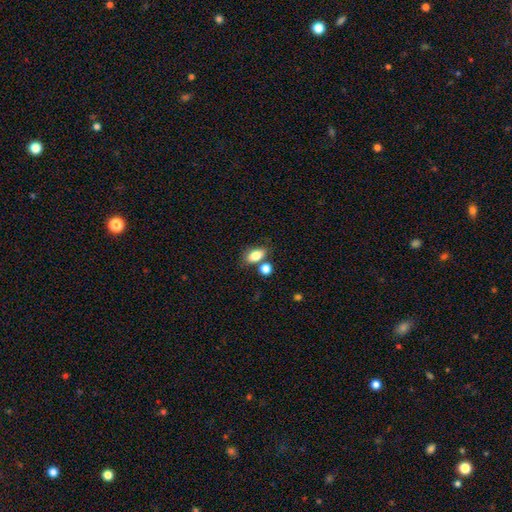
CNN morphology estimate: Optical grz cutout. It shows a smooth galaxy with no disk features (82%) that is in between round and cigar-shaped (84%). Merging: none (62%).